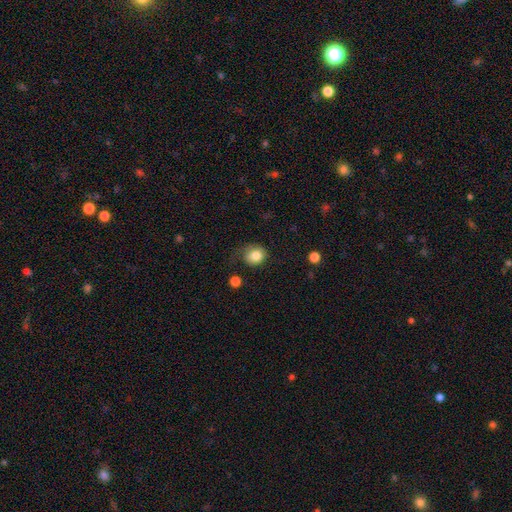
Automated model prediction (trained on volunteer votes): A smooth galaxy with no disk features (82%) that is round (77%).

Vote fractions:
- Smooth or featured? smooth: 82% / star or artifact: 10% / featured or disk: 8%
- How rounded? round: 77% / in between: 22% / cigar-shaped: 1%
- Merging? none: 57% / minor disturbance: 27% / major disturbance: 14% / merger: 3%